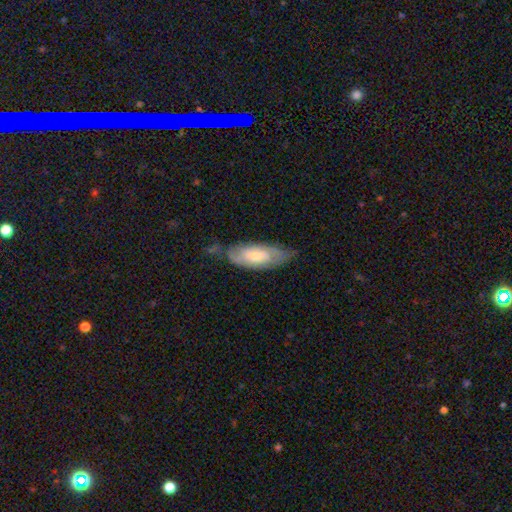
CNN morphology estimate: Smooth or featured?
  - featured or disk: 51% *
  - smooth: 44%
  - star or artifact: 6%
Edge-on disk?
  - no: 84% *
  - yes: 16%
Merging?
  - none: 61% *
  - minor disturbance: 28%
  - major disturbance: 8%
  - merger: 3%